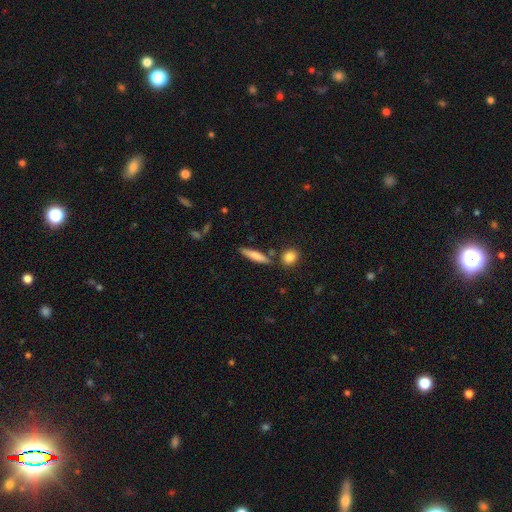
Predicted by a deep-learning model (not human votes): Smooth or featured? smooth (76%)
How rounded? cigar-shaped (82%)
Merging? none (80%)